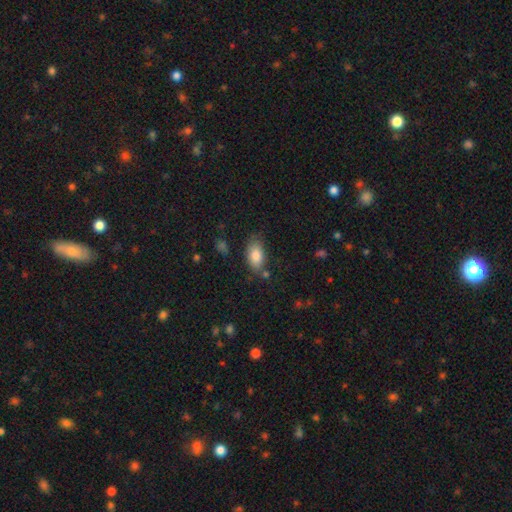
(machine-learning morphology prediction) This appears to be a smooth galaxy with no disk features (83%) that is in between round and cigar-shaped (92%). Merging: none (69%).